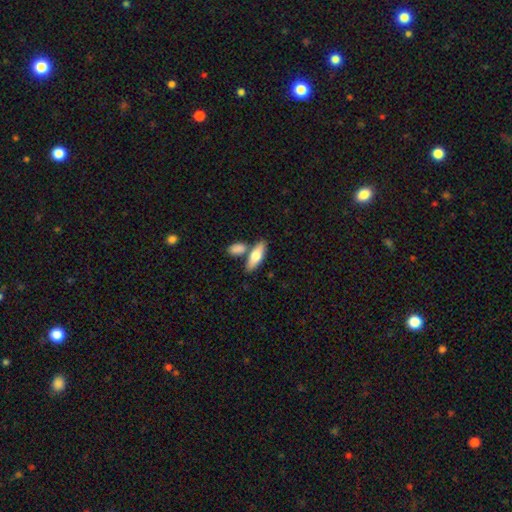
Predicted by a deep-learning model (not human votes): Morphology: type=smooth (72%); roundness=in between (65%); merging=none (65%).